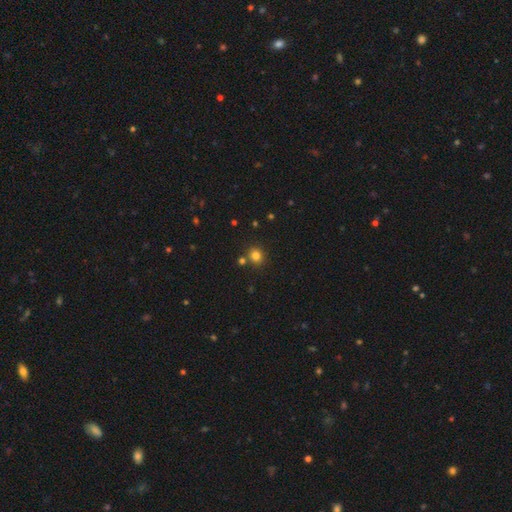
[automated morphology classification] This is clearly a smooth galaxy (80%). How rounded: clearly round (82%). Merging: likely none (78%).